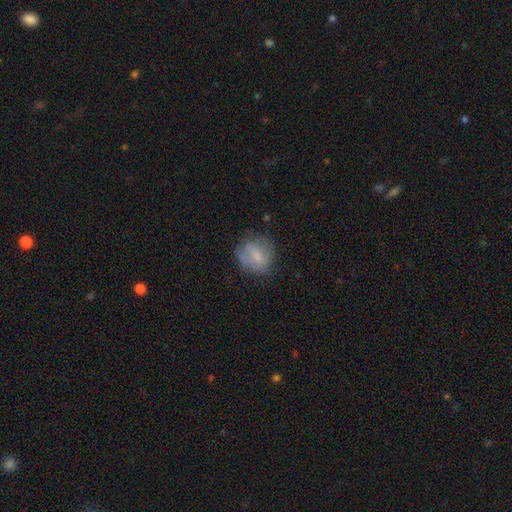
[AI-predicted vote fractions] Smooth or featured? Predicted: smooth (p=0.61). How rounded? Predicted: round (p=0.65). Merging? Predicted: none (p=0.63).